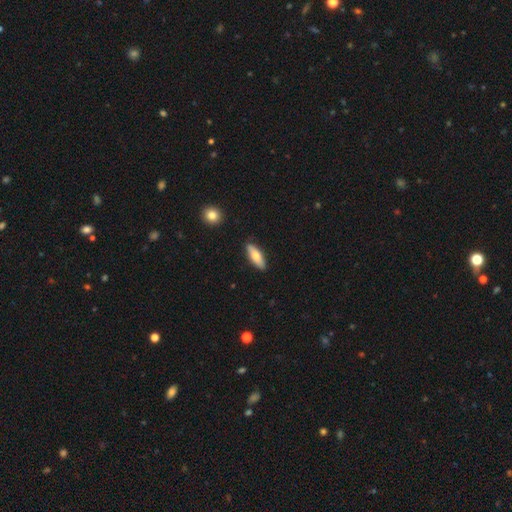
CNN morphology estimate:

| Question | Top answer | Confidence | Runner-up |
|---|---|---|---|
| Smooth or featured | smooth | 70% | featured or disk (25%) |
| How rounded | in between | 56% | cigar-shaped (42%) |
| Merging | none | 88% | minor disturbance (9%) |